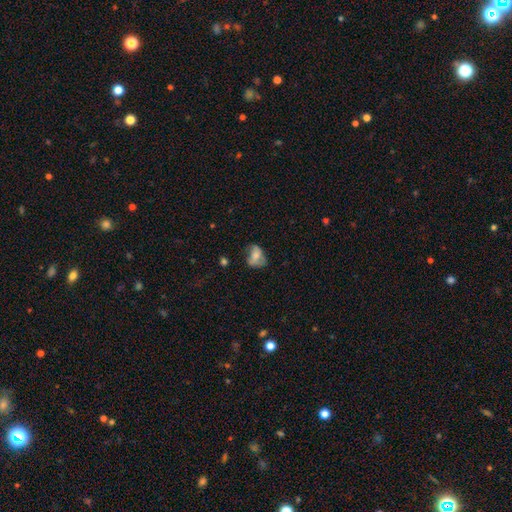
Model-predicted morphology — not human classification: smooth-or-featured: smooth: 61% | featured or disk: 29% | star or artifact: 10%
  how-rounded: in between: 76% | round: 22% | cigar-shaped: 2%
  merging: none: 38% | minor disturbance: 32% | major disturbance: 25% | merger: 5%